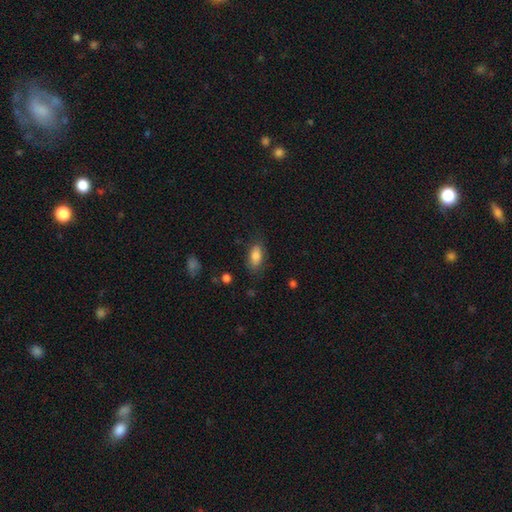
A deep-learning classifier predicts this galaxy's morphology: smooth_or_featured: smooth (p=0.83) [alt: featured or disk p=0.09]
how_rounded: in between (p=0.90) [alt: cigar-shaped p=0.06]
merging: none (p=0.74) [alt: minor disturbance p=0.18]